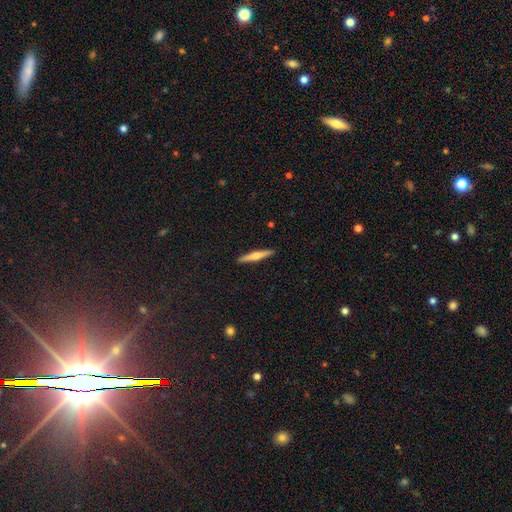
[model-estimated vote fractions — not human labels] Smooth or featured?
  - featured or disk: 54% *
  - smooth: 40%
  - star or artifact: 6%
Edge-on disk?
  - yes: 97% *
  - no: 3%
Edge-on bulge?
  - rounded: 82% *
  - boxy: 9%
  - none: 9%
Merging?
  - none: 92% *
  - minor disturbance: 6%
  - major disturbance: 1%
  - merger: 1%